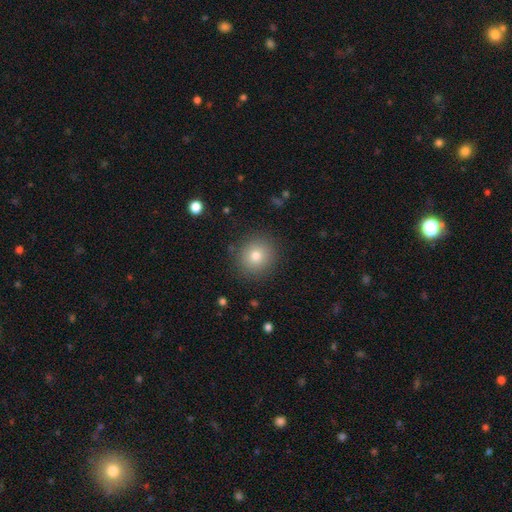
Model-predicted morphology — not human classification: Smooth or featured?
  - smooth: 78% *
  - star or artifact: 12%
  - featured or disk: 10%
How rounded?
  - round: 90% *
  - in between: 9%
  - cigar-shaped: 1%
Merging?
  - none: 89% *
  - minor disturbance: 7%
  - major disturbance: 3%
  - merger: 1%